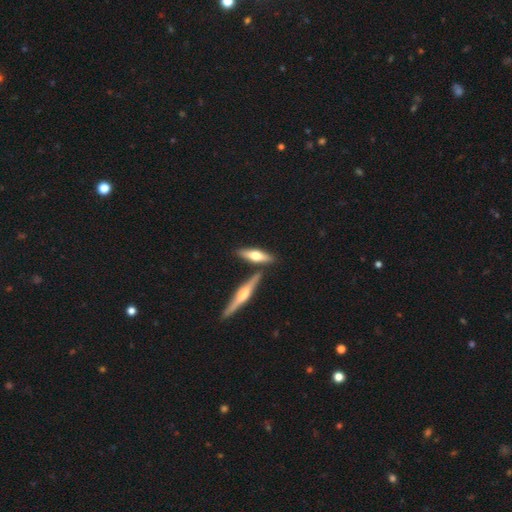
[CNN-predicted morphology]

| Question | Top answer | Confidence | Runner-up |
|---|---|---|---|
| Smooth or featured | smooth | 52% | featured or disk (43%) |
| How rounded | cigar-shaped | 56% | in between (41%) |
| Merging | none | 72% | merger (15%) |